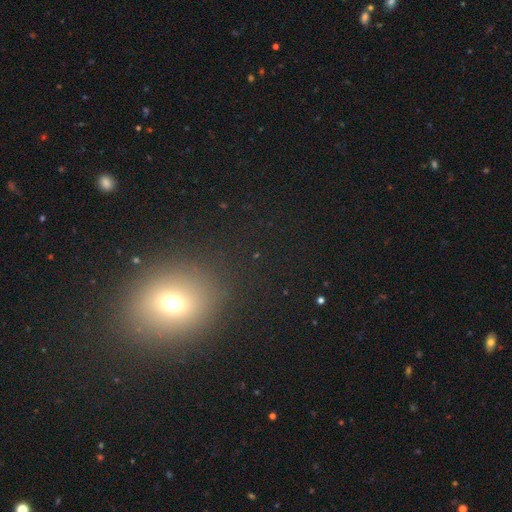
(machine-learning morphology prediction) type=smooth (59%); roundness=round (54%); merging=none (90%).